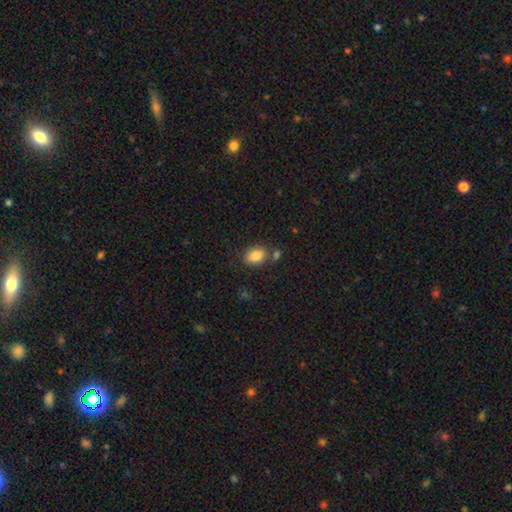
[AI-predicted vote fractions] Smooth or featured?
  - smooth: 85% *
  - star or artifact: 8%
  - featured or disk: 7%
How rounded?
  - in between: 80% *
  - round: 19%
  - cigar-shaped: 1%
Merging?
  - none: 70% *
  - merger: 14%
  - minor disturbance: 13%
  - major disturbance: 4%